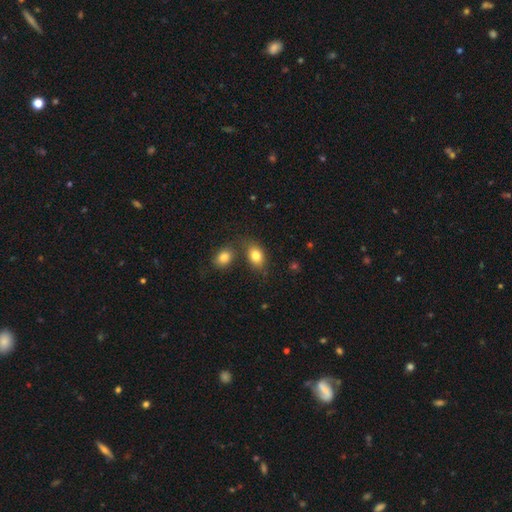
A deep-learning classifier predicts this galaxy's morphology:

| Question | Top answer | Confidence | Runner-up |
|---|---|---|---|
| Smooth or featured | smooth | 81% | featured or disk (10%) |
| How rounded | in between | 82% | round (17%) |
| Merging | none | 62% | merger (20%) |